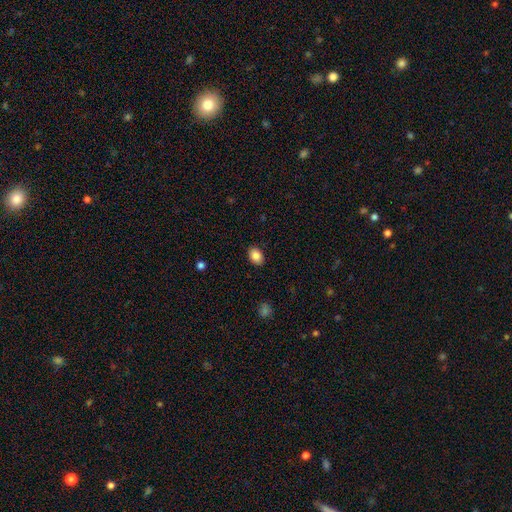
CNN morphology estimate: The model was most divided on "how rounded": in between: 78%, round: 21%, cigar-shaped: 1%. More confident: merging — none (88%); smooth or featured — smooth (87%).